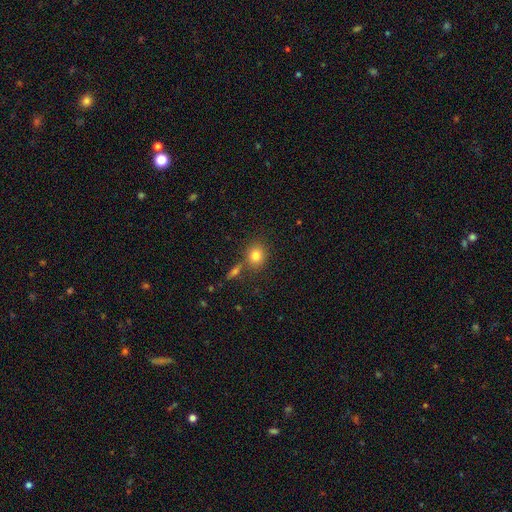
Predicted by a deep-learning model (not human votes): A smooth galaxy with no disk features (81%) that is round (73%).

Vote fractions:
- Smooth or featured? smooth: 81% / star or artifact: 10% / featured or disk: 8%
- How rounded? round: 73% / in between: 26% / cigar-shaped: 1%
- Merging? none: 71% / merger: 14% / minor disturbance: 11% / major disturbance: 3%